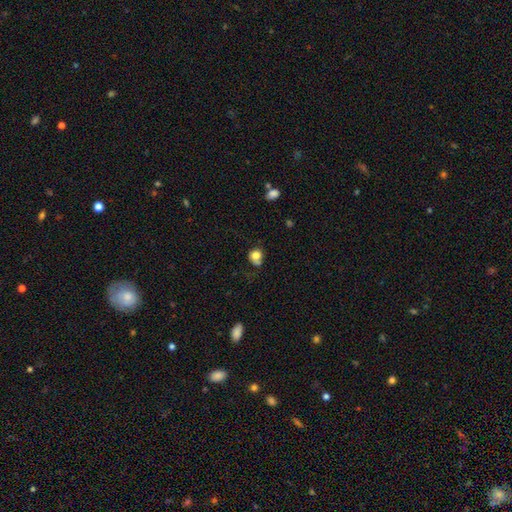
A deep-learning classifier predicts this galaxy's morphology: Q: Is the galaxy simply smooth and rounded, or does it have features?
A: smooth — 77%.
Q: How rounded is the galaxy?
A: round — 75%.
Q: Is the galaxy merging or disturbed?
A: none — 47%.